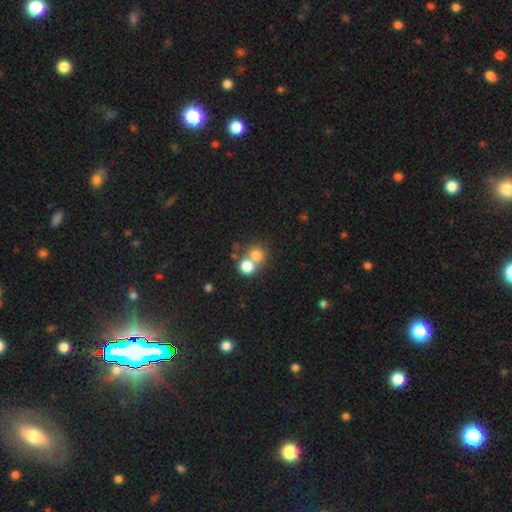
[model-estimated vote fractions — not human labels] Smooth or featured? Predicted: smooth (p=0.75). How rounded? Predicted: round (p=0.81). Merging? Predicted: merger (p=0.49).